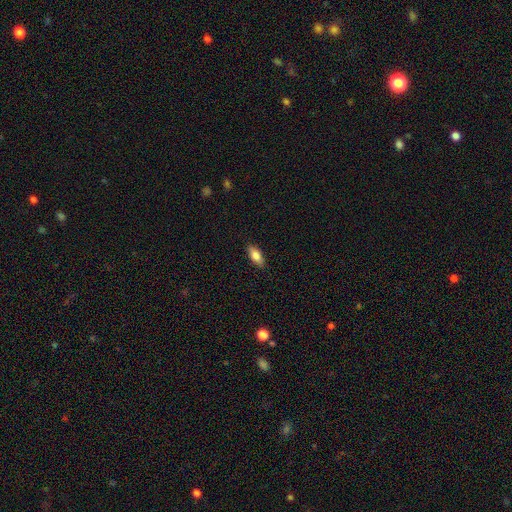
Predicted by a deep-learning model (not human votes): This appears to be a smooth galaxy with no disk features (78%) that is in between round and cigar-shaped (80%). Merging: none (88%).